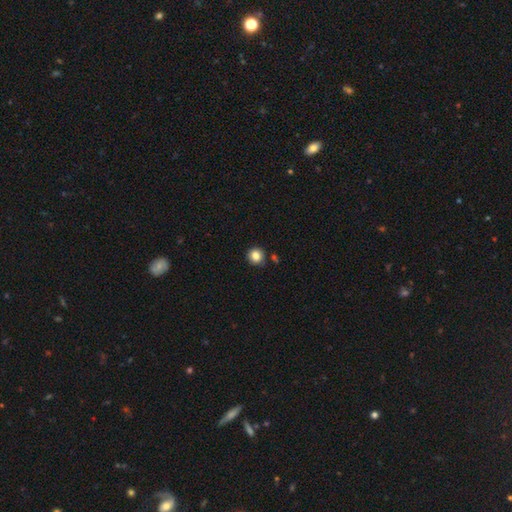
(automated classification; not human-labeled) Overall: smooth (84%). How rounded: round (93%). Merging: none (86%).